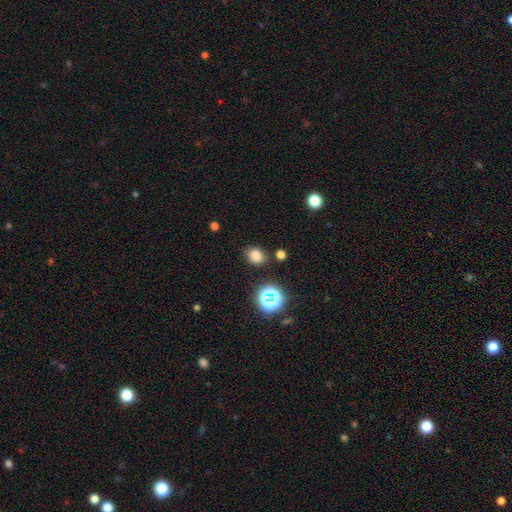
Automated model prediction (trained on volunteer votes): Smooth or featured?
  - smooth: 77% *
  - star or artifact: 18%
  - featured or disk: 5%
How rounded?
  - round: 51% *
  - in between: 48%
  - cigar-shaped: 1%
Merging?
  - none: 80% *
  - minor disturbance: 13%
  - merger: 4%
  - major disturbance: 4%